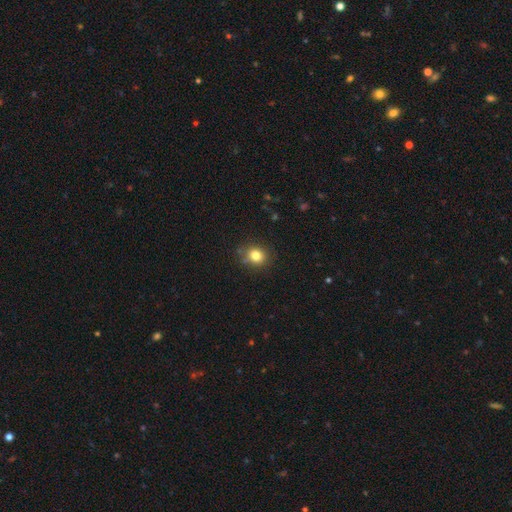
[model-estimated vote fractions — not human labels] smooth-or-featured: smooth: 81% | star or artifact: 12% | featured or disk: 7%
  how-rounded: round: 74% | in between: 25% | cigar-shaped: 1%
  merging: none: 84% | minor disturbance: 11% | major disturbance: 3% | merger: 3%